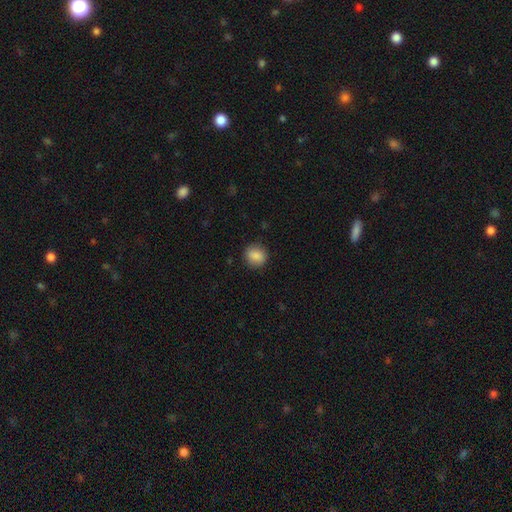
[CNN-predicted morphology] A smooth galaxy with no disk features (88%) that is round (81%). Merging: none (87%).